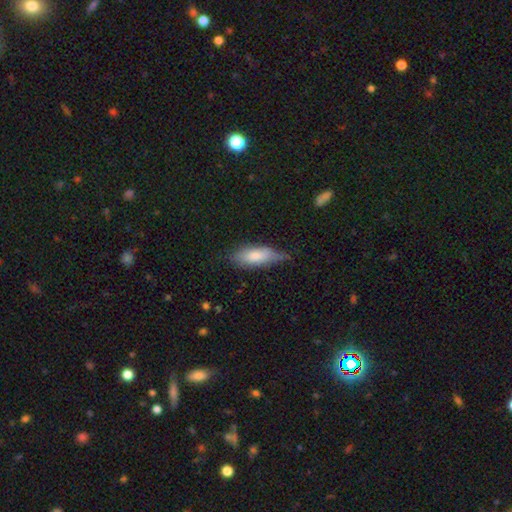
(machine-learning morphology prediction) Smooth or featured?
  - smooth: 75% *
  - featured or disk: 18%
  - star or artifact: 6%
How rounded?
  - in between: 69% *
  - cigar-shaped: 29%
  - round: 2%
Merging?
  - none: 56% *
  - minor disturbance: 35%
  - major disturbance: 7%
  - merger: 2%